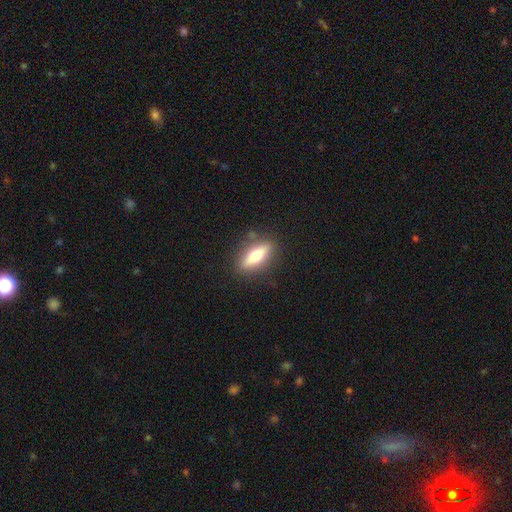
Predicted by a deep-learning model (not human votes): Overall: smooth (51%; featured or disk 42%). How rounded: in between (51%; cigar-shaped 46%). Merging: none (86%).